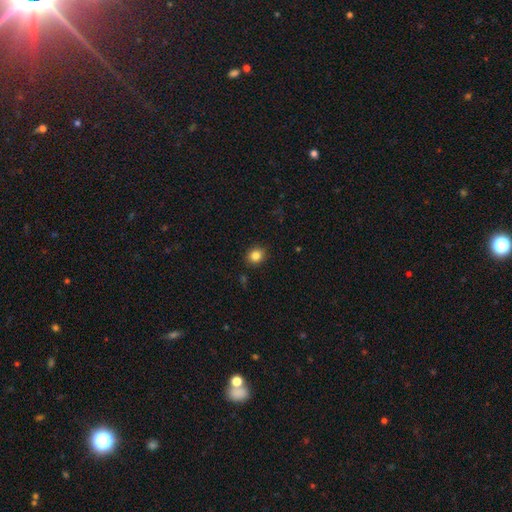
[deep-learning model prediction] Overall: smooth (84%). How rounded: round (68%; in between 31%). Merging: none (89%).